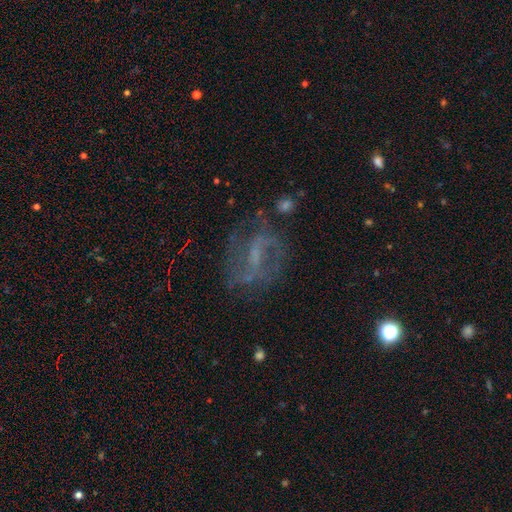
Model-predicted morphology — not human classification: featured or disk 71%, smooth 15%, star or artifact 14%. Down the decision tree: edge-on disk — no (96%); bar — weak (50%); spiral arms — yes (80%); spiral arm count — 2 (68%); spiral winding — medium (45%); bulge size — small (44%); merging — none (62%).